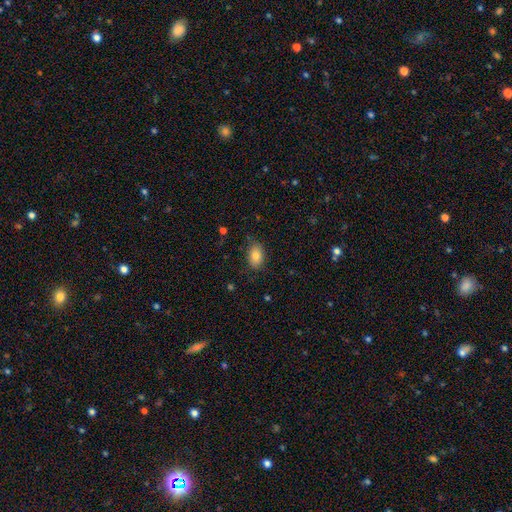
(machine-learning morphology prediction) type=smooth (83%); roundness=in between (88%); merging=none (82%).